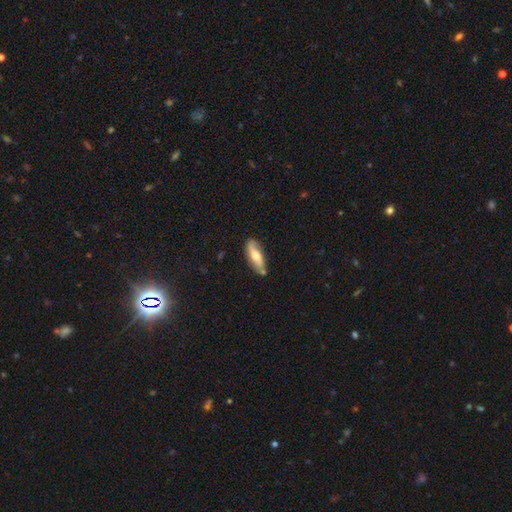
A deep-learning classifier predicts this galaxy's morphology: A smooth galaxy with no disk features (51%) that is in between round and cigar-shaped (62%).

Vote fractions:
- Smooth or featured? smooth: 51% / featured or disk: 43% / star or artifact: 6%
- How rounded? in between: 62% / cigar-shaped: 35% / round: 3%
- Merging? none: 71% / minor disturbance: 19% / merger: 6% / major disturbance: 4%